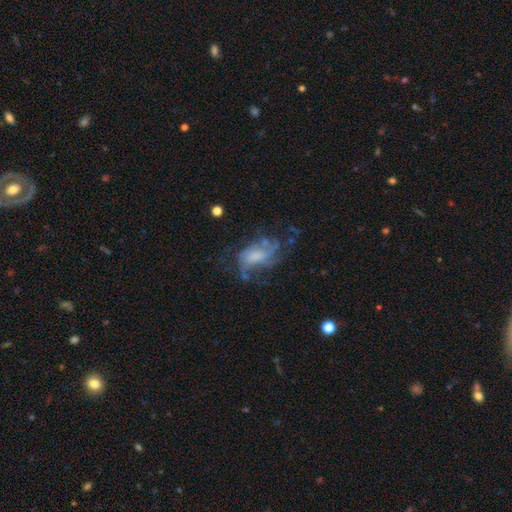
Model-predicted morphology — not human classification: featured or disk 67%, smooth 21%, star or artifact 12%. Down the decision tree: edge-on disk — no (95%); bar — no (63%); spiral arms — yes (77%); bulge size — none (31%); merging — none (49%).